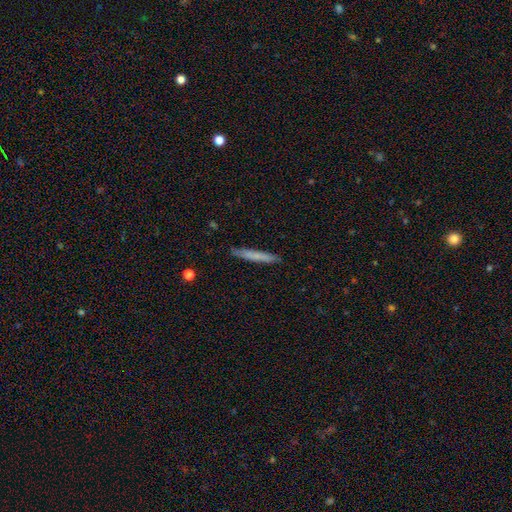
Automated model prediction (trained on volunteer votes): Smooth or featured? Predicted: smooth (p=0.69). How rounded? Predicted: cigar-shaped (p=0.96). Merging? Predicted: none (p=0.89).